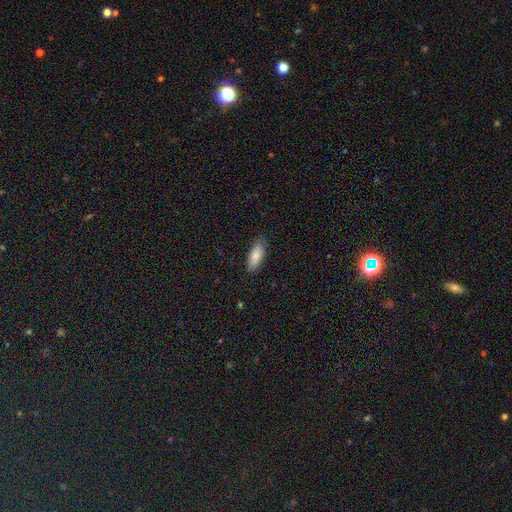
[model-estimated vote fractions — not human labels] This appears to be a smooth galaxy with no disk features (82%) that is in between round and cigar-shaped (77%). Merging: none (84%).